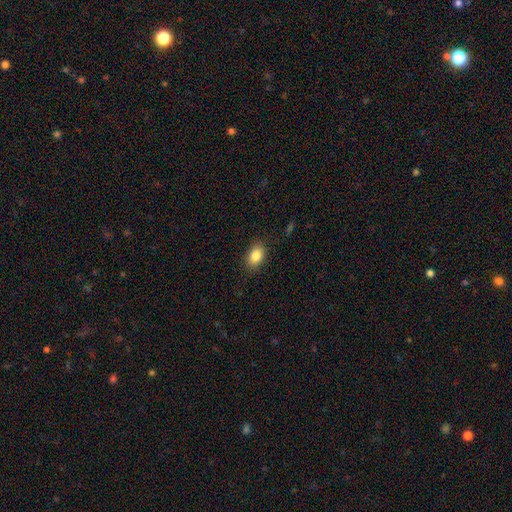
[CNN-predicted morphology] A smooth galaxy with no disk features (85%) that is in between round and cigar-shaped (81%). Merging: none (86%).